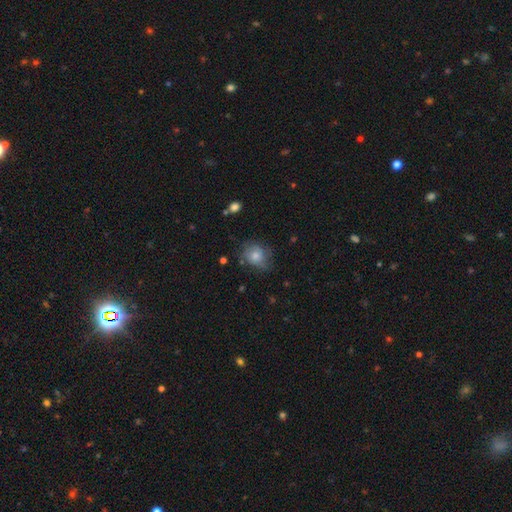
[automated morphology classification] type=smooth (72%); roundness=round (60%); merging=none (59%).